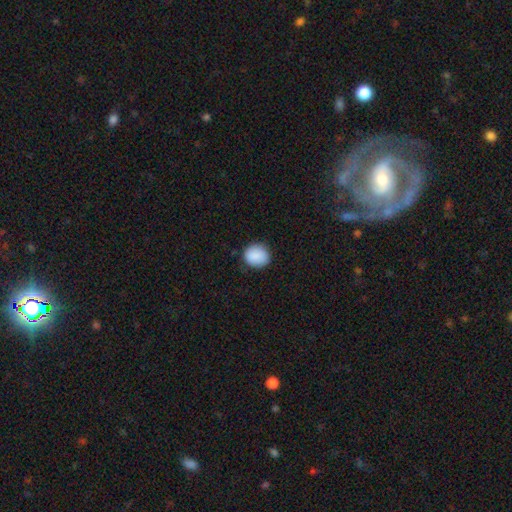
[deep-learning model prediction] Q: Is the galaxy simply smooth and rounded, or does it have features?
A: smooth — 89%.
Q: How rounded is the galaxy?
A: round — 82%.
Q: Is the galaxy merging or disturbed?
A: none — 86%.